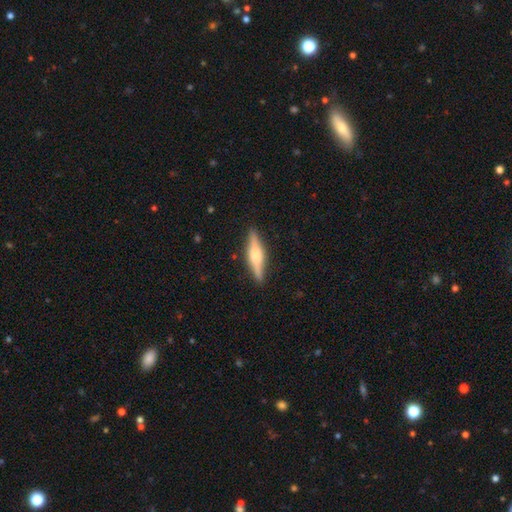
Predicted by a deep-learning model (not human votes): The model was most divided on "smooth or featured": featured or disk: 59%, smooth: 35%, star or artifact: 6%. More confident: edge-on disk — yes (96%); merging — none (89%); edge-on bulge — rounded (82%).